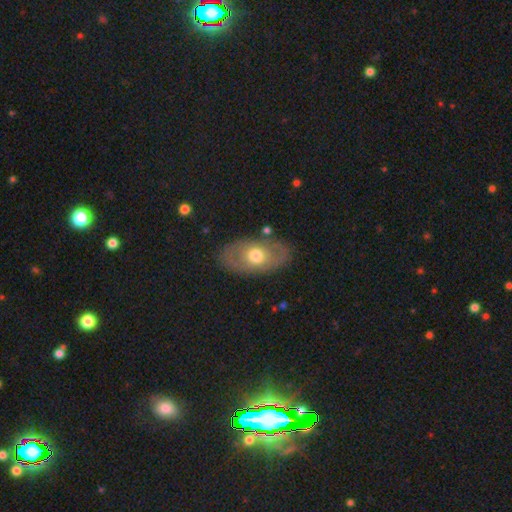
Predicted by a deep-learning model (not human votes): smooth_or_featured: smooth (p=0.50) [alt: featured or disk p=0.43]
how_rounded: in between (p=0.88) [alt: round p=0.10]
merging: none (p=0.80) [alt: minor disturbance p=0.13]